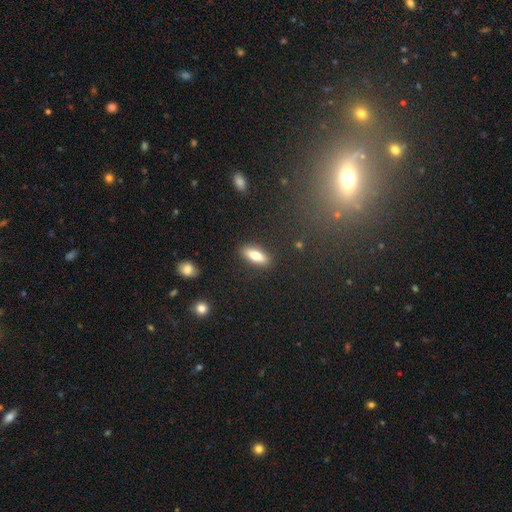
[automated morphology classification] Smooth or featured? Predicted: smooth (p=0.77). How rounded? Predicted: in between (p=0.71). Merging? Predicted: none (p=0.88).